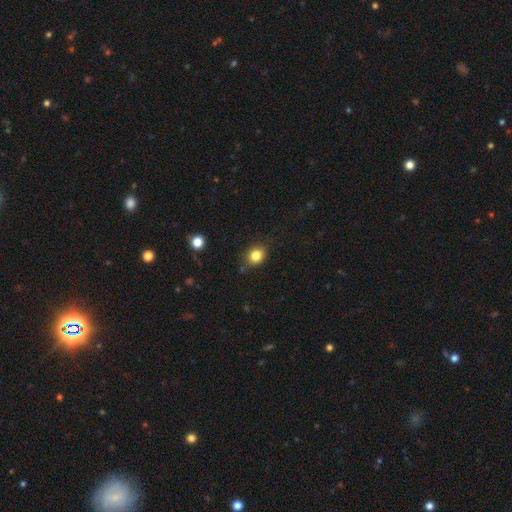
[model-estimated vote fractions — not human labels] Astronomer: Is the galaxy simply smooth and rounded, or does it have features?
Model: smooth — 83%.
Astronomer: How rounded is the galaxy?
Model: round — 61% (runner-up: in between, 39%).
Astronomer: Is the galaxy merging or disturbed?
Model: none — 81%.